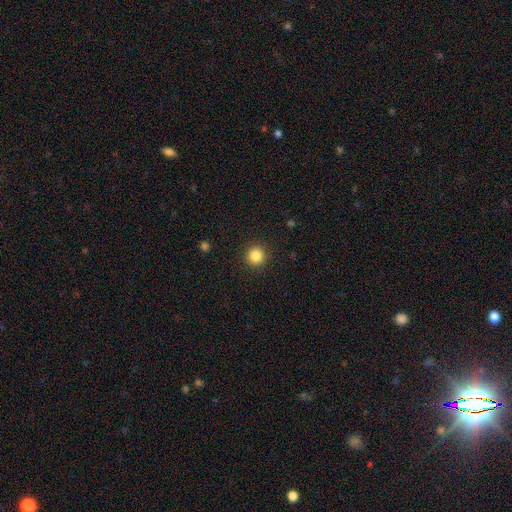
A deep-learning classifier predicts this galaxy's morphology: Smooth or featured?
  - smooth: 85% *
  - star or artifact: 11%
  - featured or disk: 4%
How rounded?
  - round: 94% *
  - in between: 5%
  - cigar-shaped: 1%
Merging?
  - none: 92% *
  - minor disturbance: 5%
  - major disturbance: 2%
  - merger: 1%